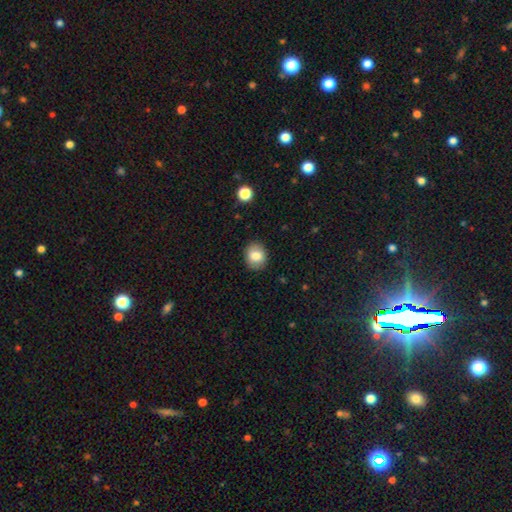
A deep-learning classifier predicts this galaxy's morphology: This is clearly a smooth galaxy (81%). How rounded: possibly round (51%). Merging: clearly none (87%).